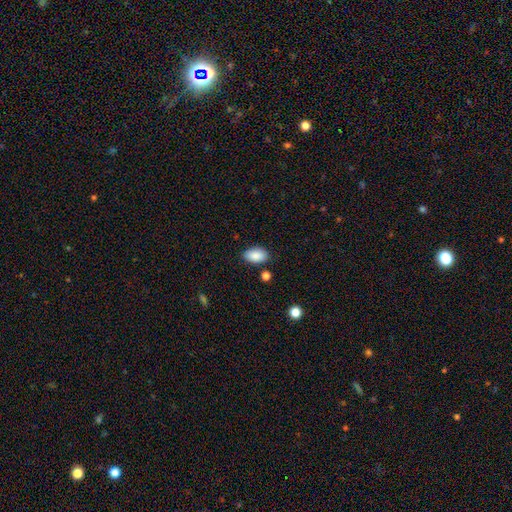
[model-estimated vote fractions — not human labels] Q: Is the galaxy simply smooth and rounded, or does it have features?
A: smooth — 89%.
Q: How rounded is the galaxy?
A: in between — 93%.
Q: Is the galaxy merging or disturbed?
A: none — 84%.